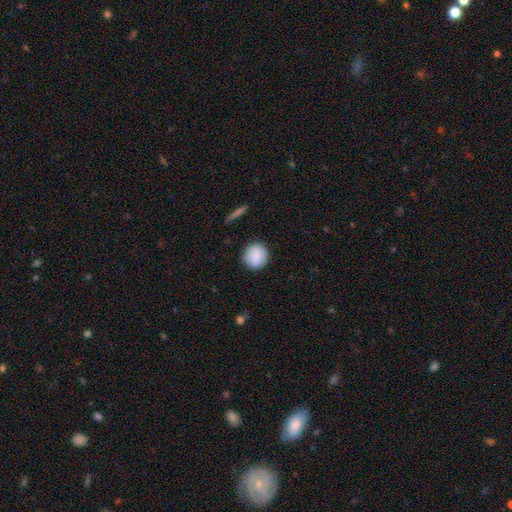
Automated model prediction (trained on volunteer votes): This is clearly a smooth galaxy (87%). How rounded: clearly round (89%). Merging: clearly none (89%).